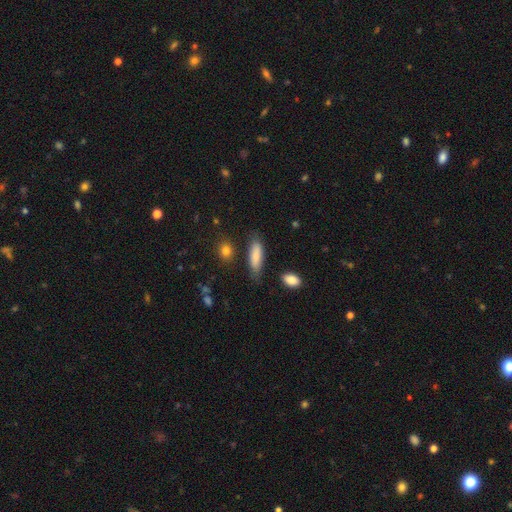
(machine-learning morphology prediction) This appears to be a smooth galaxy with no disk features (80%) that is in between round and cigar-shaped (50%). Merging: none (75%).